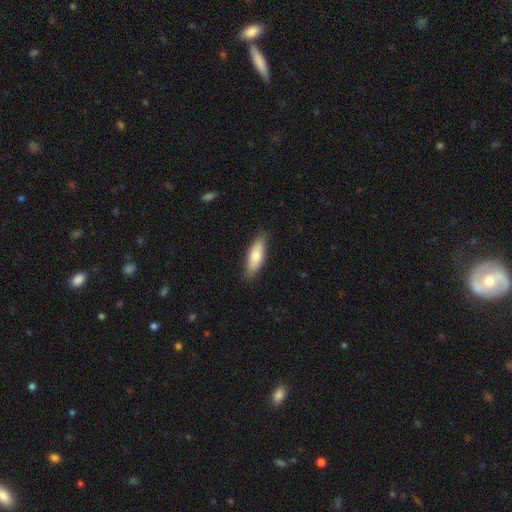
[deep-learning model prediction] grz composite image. It shows a smooth galaxy with no disk features (75%) that is in between round and cigar-shaped (58%). Merging: none (85%).